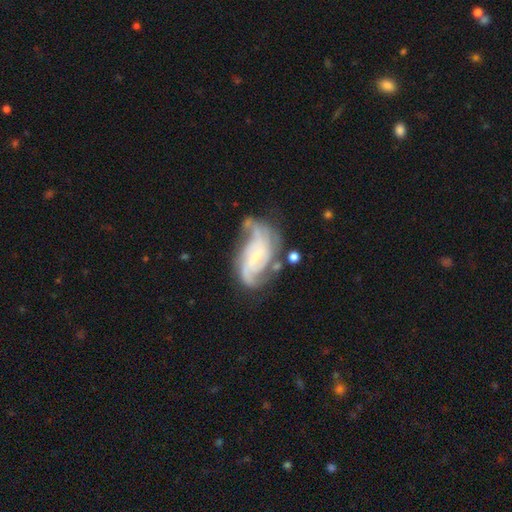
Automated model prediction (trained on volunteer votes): A featured or disk galaxy (85%) with a weak bar (45%), 2 (43%) medium (42%, tied with tight) spiral arms (95%) and a small central bulge (65%). Merging: none (48%).